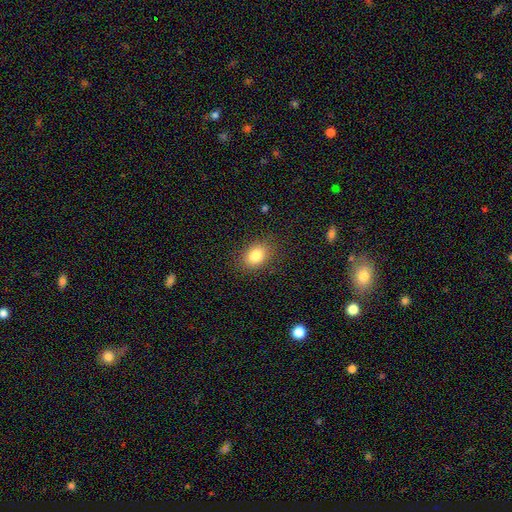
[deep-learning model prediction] smooth 83%, star or artifact 10%, featured or disk 7%. Down the decision tree: how rounded — in between (70%); merging — none (85%).